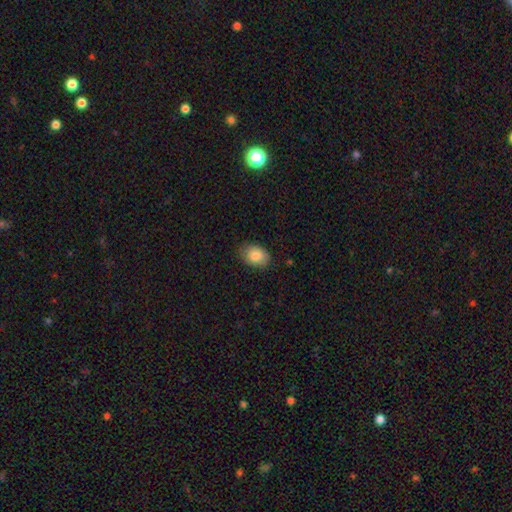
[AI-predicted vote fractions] smooth 86%, star or artifact 7%, featured or disk 7%. Down the decision tree: how rounded — in between (79%); merging — none (79%).